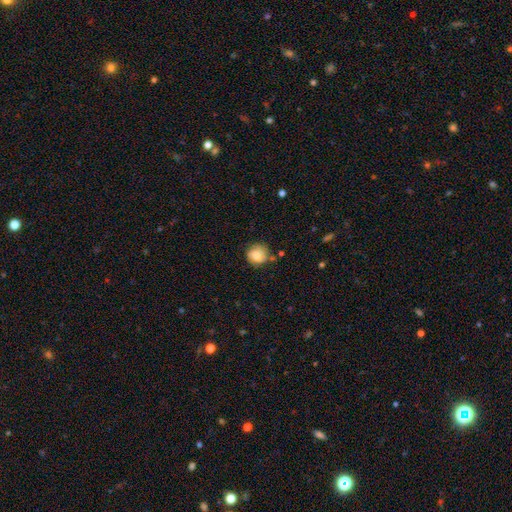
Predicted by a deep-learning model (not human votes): smooth_or_featured: smooth (p=0.76) [alt: featured or disk p=0.16]
how_rounded: round (p=0.88) [alt: in between p=0.11]
merging: none (p=0.69) [alt: minor disturbance p=0.22]